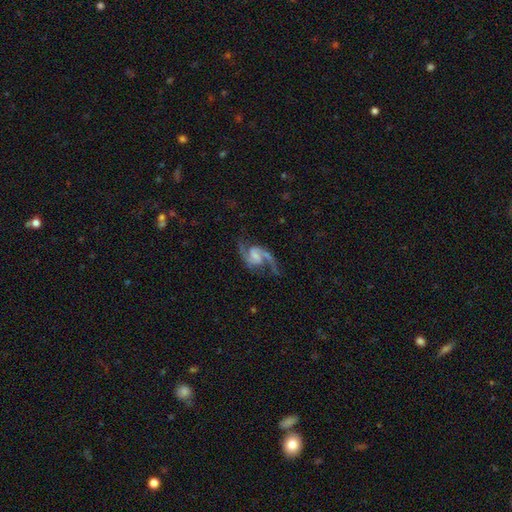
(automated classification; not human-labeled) Smooth or featured? featured or disk (90%)
Edge-on disk? no (98%)
Bar? weak (51%)
Spiral arms? yes (98%)
Spiral winding? medium (48%)
Spiral arm count? 2 (93%)
Bulge size? none (36%)
Merging? none (70%)